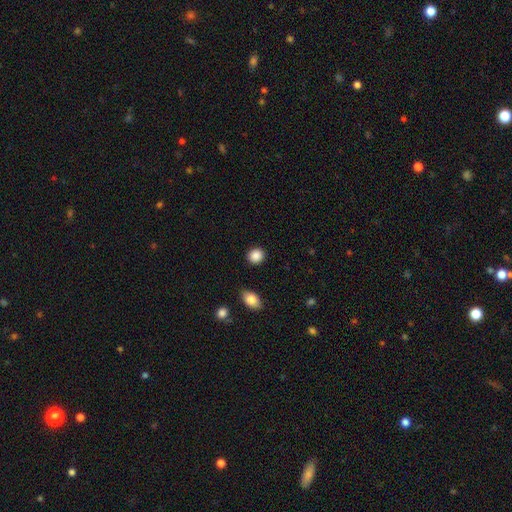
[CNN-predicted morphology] This is clearly a smooth galaxy (88%). How rounded: likely round (78%). Merging: clearly none (89%).